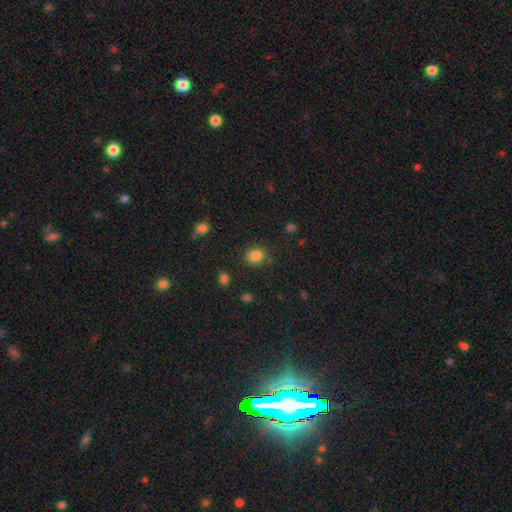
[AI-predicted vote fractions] Morphology: type=smooth (83%); roundness=round (82%); merging=none (82%).